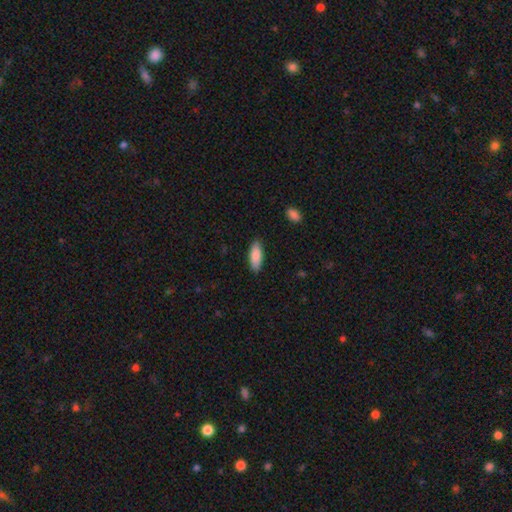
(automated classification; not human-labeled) smooth-or-featured: smooth: 86% | featured or disk: 8% | star or artifact: 6%
  how-rounded: in between: 72% | cigar-shaped: 27% | round: 2%
  merging: none: 87% | minor disturbance: 10% | major disturbance: 2% | merger: 1%